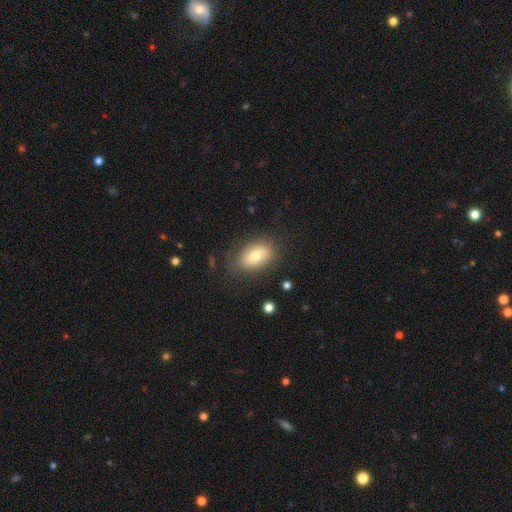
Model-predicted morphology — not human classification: Q: Smooth or featured?
A: smooth (73%); runner-up: featured or disk (18%)
Q: How rounded?
A: in between (87%); runner-up: round (11%)
Q: Merging?
A: none (77%); runner-up: minor disturbance (15%)